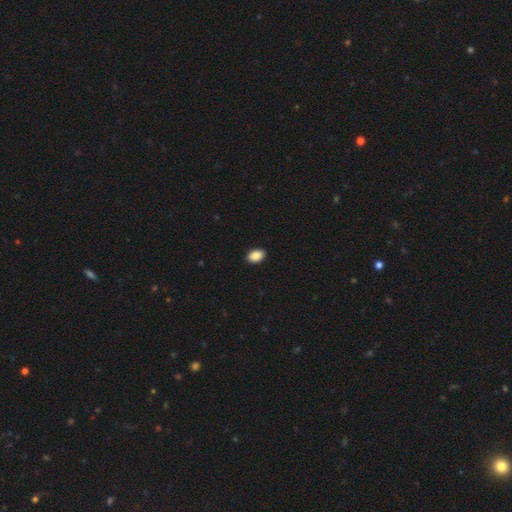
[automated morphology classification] Smooth or featured?
  - smooth: 90% *
  - star or artifact: 7%
  - featured or disk: 3%
How rounded?
  - in between: 85% *
  - round: 13%
  - cigar-shaped: 1%
Merging?
  - none: 91% *
  - minor disturbance: 7%
  - major disturbance: 2%
  - merger: 1%